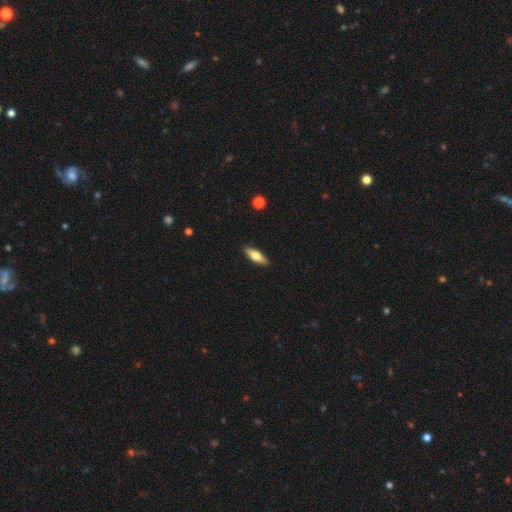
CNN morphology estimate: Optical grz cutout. It shows a smooth galaxy with no disk features (58%) that is cigar-shaped (50%). Merging: none (89%).